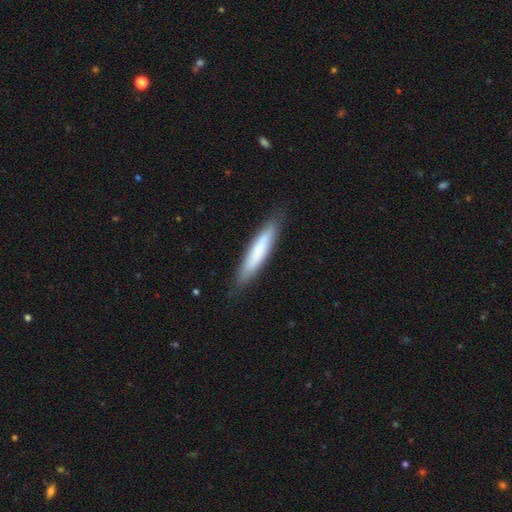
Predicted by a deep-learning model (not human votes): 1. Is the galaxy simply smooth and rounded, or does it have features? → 72% smooth, 22% featured or disk, 6% star or artifact.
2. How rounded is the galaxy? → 90% cigar-shaped, 9% in between, 1% round.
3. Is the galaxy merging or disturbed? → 86% none, 11% minor disturbance, 2% major disturbance, 1% merger.